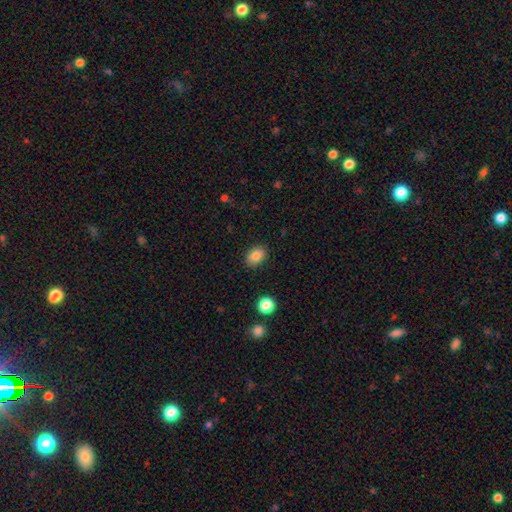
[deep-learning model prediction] This appears to be a smooth galaxy with no disk features (86%) that is in between round and cigar-shaped (80%). Merging: none (88%).